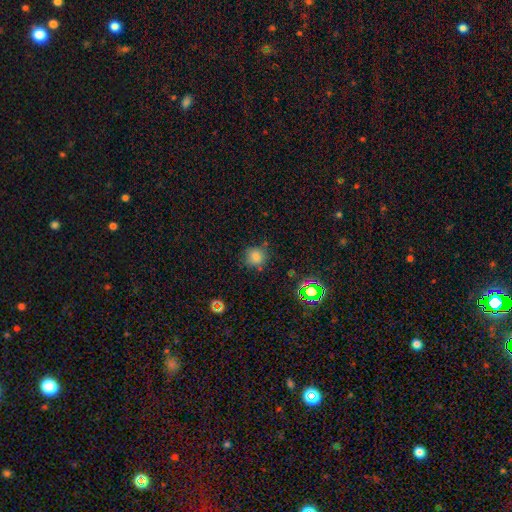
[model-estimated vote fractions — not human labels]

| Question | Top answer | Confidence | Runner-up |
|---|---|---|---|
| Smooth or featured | smooth | 71% | star or artifact (23%) |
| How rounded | round | 91% | in between (8%) |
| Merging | none | 80% | minor disturbance (14%) |